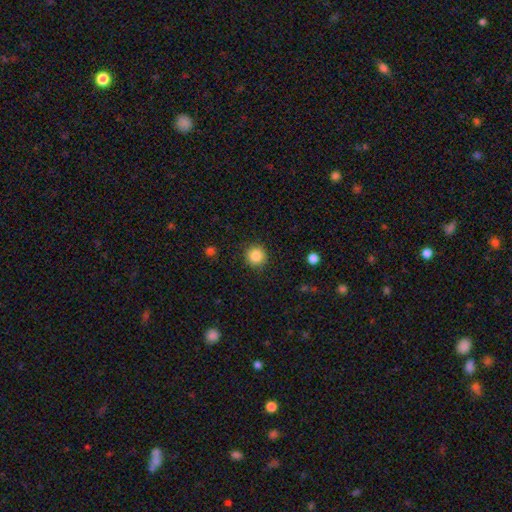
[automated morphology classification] Smooth or featured? Predicted: smooth (p=0.86). How rounded? Predicted: round (p=0.94). Merging? Predicted: none (p=0.90).